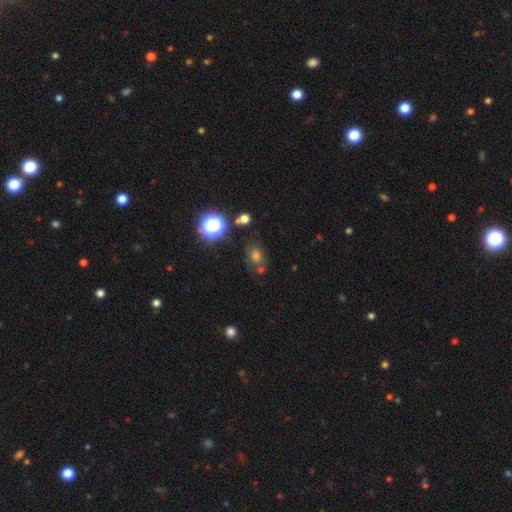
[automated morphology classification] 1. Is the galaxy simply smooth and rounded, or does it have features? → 63% smooth, 25% star or artifact, 12% featured or disk.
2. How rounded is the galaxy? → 51% in between, 47% round, 1% cigar-shaped.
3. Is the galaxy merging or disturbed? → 66% none, 18% minor disturbance, 10% merger, 7% major disturbance.